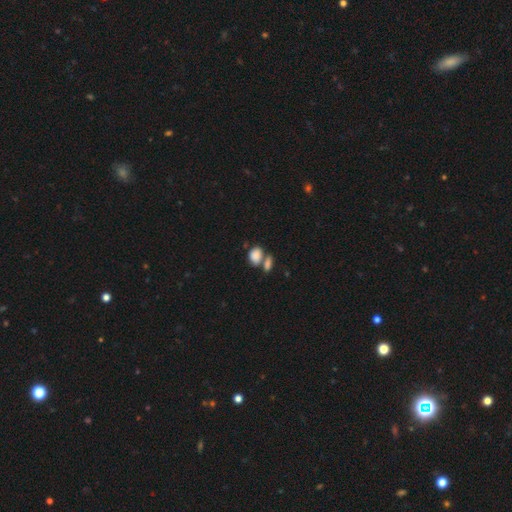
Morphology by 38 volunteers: Smooth or featured?
  - smooth: 87% *
  - star or artifact: 8%
  - featured or disk: 5%
How rounded?
  - in between: 76% *
  - round: 24%
  - cigar-shaped: 0%
Merging?
  - merger: 43% *
  - none: 31%
  - minor disturbance: 20%
  - major disturbance: 6%